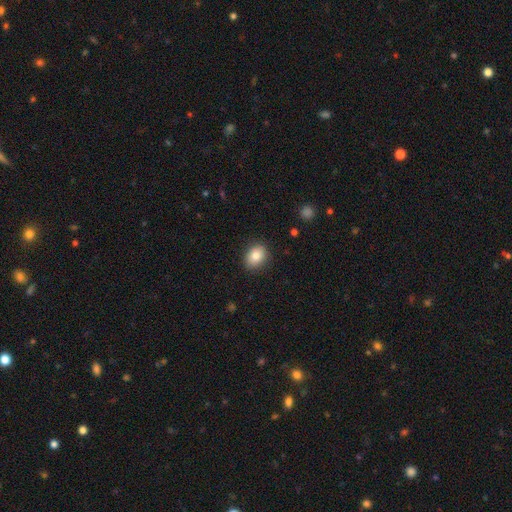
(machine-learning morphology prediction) smooth-or-featured: smooth: 83% | star or artifact: 9% | featured or disk: 8%
  how-rounded: in between: 56% | round: 43% | cigar-shaped: 1%
  merging: none: 87% | minor disturbance: 9% | major disturbance: 2% | merger: 1%